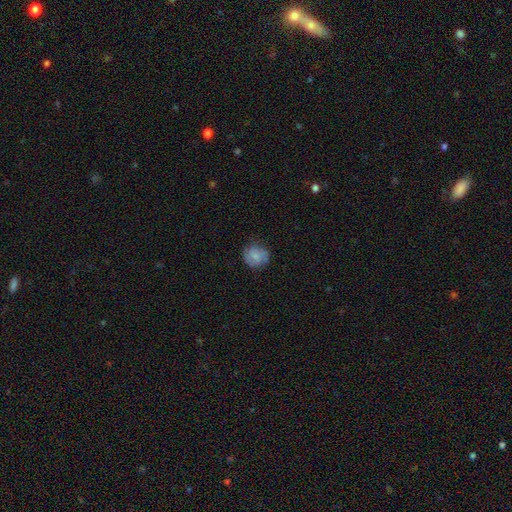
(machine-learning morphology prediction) Q: Smooth or featured?
A: smooth (65%); runner-up: featured or disk (26%)
Q: How rounded?
A: round (82%); runner-up: in between (17%)
Q: Merging?
A: none (74%); runner-up: minor disturbance (19%)